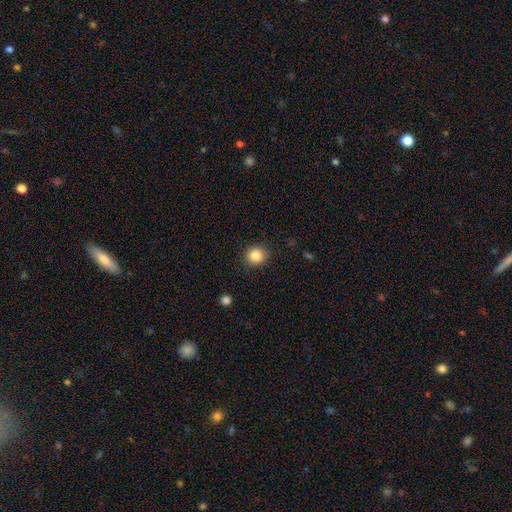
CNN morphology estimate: smooth 85%, star or artifact 10%, featured or disk 5%. Down the decision tree: how rounded — round (83%); merging — none (89%).